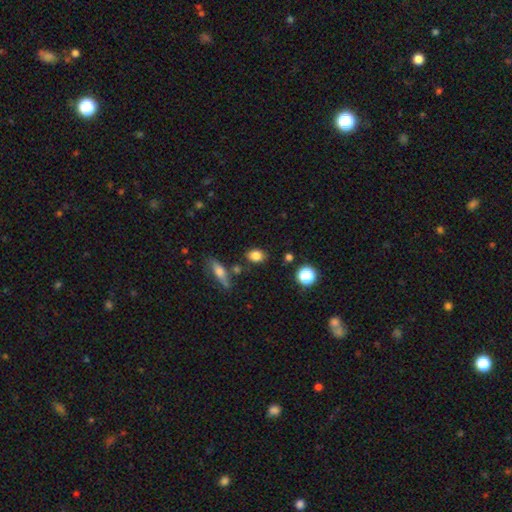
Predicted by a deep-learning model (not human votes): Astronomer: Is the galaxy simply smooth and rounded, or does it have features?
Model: smooth — 82%.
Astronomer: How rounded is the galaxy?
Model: in between — 65%.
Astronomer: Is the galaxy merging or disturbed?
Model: none — 79%.